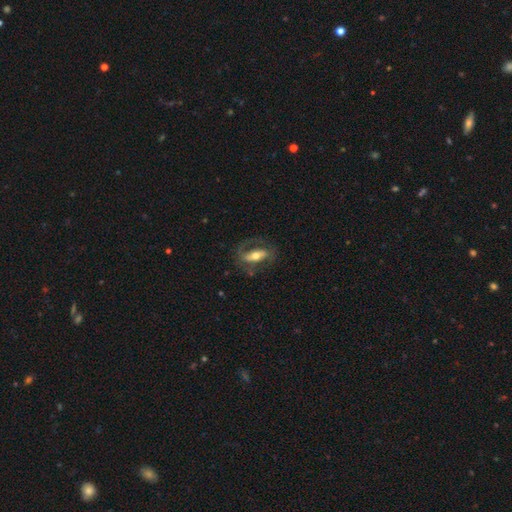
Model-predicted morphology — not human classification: This appears to be a featured or disk galaxy (64%) with a strong bar (52%), spiral arms (57%) and a moderate central bulge (66%). Merging: none (65%).